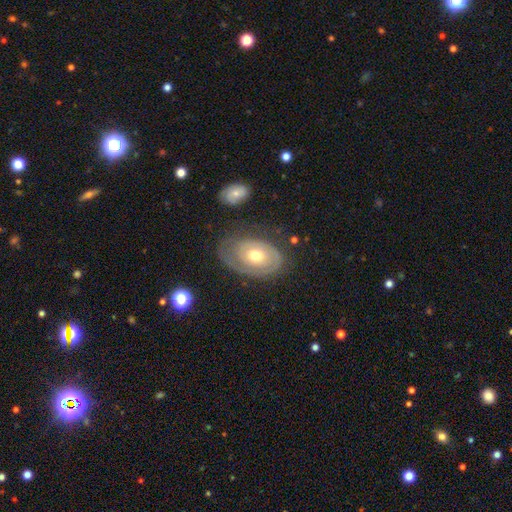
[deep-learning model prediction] A featured or disk galaxy (65%) with no bar (84%), spiral arms (68%) and a moderate central bulge (71%). Merging: none (58%).